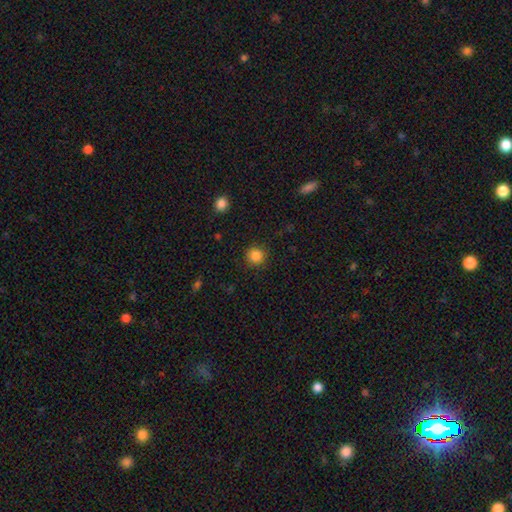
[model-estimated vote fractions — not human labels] smooth 86%, star or artifact 11%, featured or disk 3%. Down the decision tree: how rounded — round (94%); merging — none (90%).